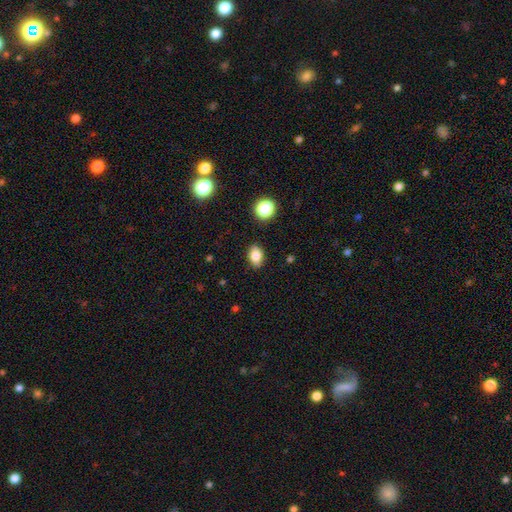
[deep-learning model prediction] smooth-or-featured: smooth: 82% | star or artifact: 10% | featured or disk: 8%
  how-rounded: in between: 82% | round: 16% | cigar-shaped: 2%
  merging: none: 86% | minor disturbance: 10% | major disturbance: 2% | merger: 2%